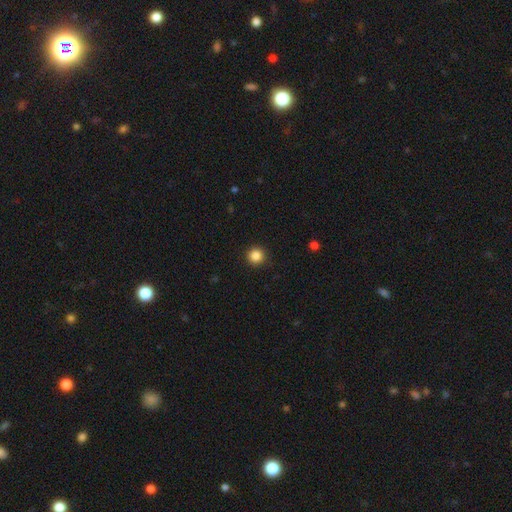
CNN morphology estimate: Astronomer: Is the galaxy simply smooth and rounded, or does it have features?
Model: smooth — 86%.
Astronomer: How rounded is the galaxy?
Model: round — 96%.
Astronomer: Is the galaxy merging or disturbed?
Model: none — 93%.